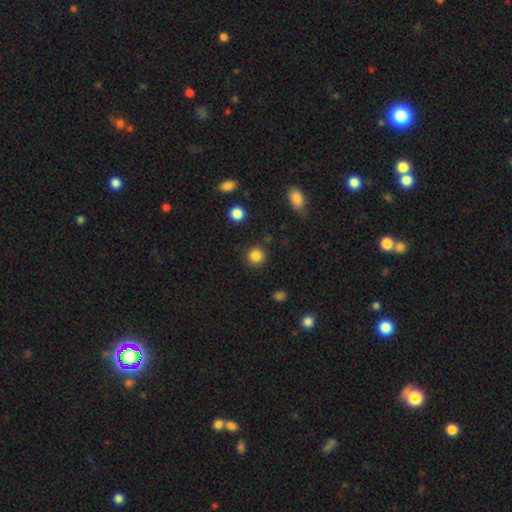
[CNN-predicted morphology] Smooth or featured? Predicted: smooth (p=0.85). How rounded? Predicted: round (p=0.93). Merging? Predicted: none (p=0.89).